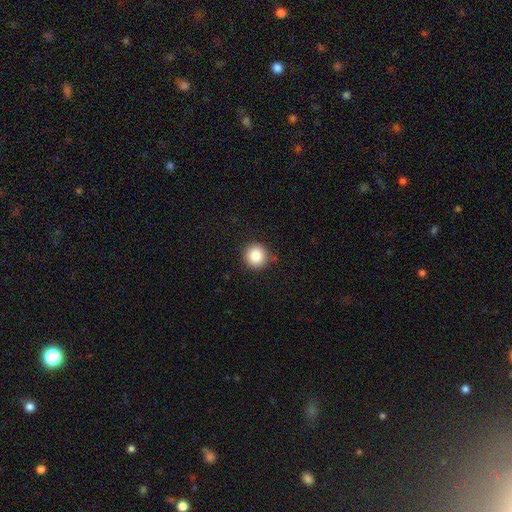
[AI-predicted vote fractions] The model was most divided on "smooth or featured": smooth: 86%, star or artifact: 9%, featured or disk: 5%. More confident: how rounded — round (95%); merging — none (88%).